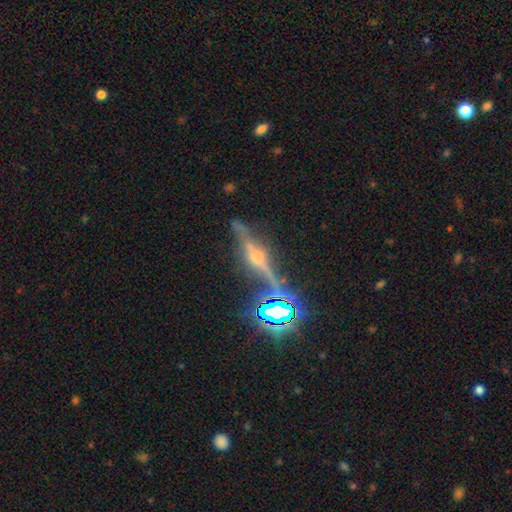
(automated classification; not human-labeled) This is likely a featured or disk galaxy (76%). It is clearly viewed edge-on (88%). Edge-on bulge: clearly rounded (84%). Merging: likely none (68%).